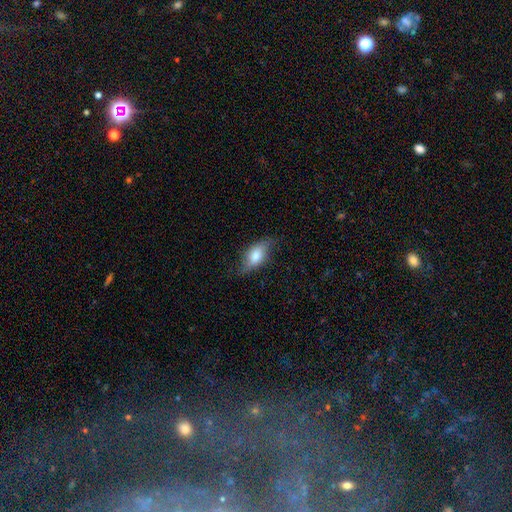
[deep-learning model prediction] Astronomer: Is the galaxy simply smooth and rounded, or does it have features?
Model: smooth — 60%.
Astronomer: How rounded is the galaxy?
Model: in between — 82%.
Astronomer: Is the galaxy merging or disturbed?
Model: none — 65%.